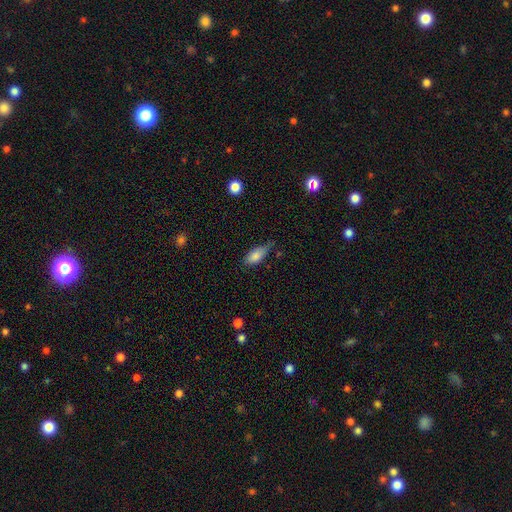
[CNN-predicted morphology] Smooth or featured? Predicted: smooth (p=0.82). How rounded? Predicted: in between (p=0.86). Merging? Predicted: none (p=0.50).